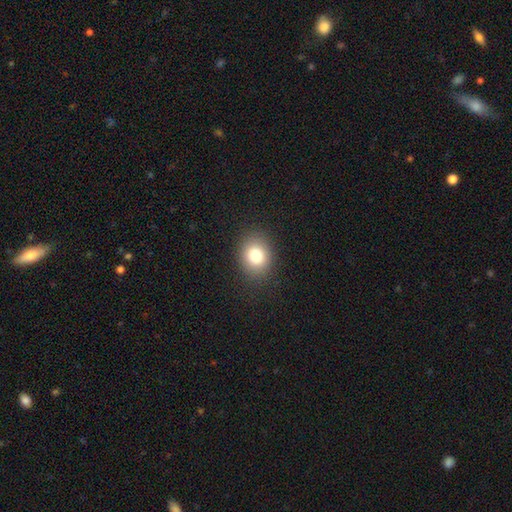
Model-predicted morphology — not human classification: This appears to be a smooth galaxy with no disk features (82%) that is round (54%). Merging: none (88%).